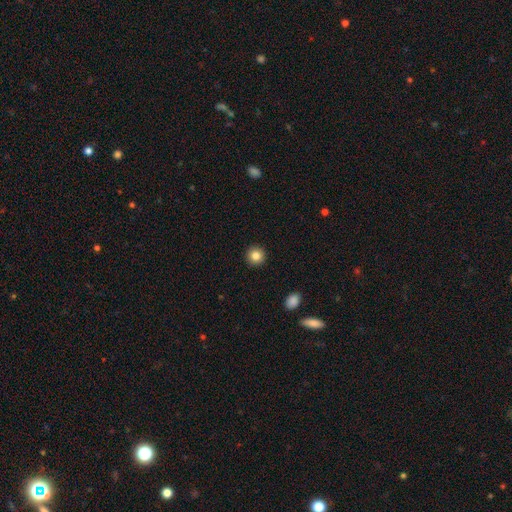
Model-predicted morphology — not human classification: Overall: smooth (84%). How rounded: round (95%). Merging: none (93%).